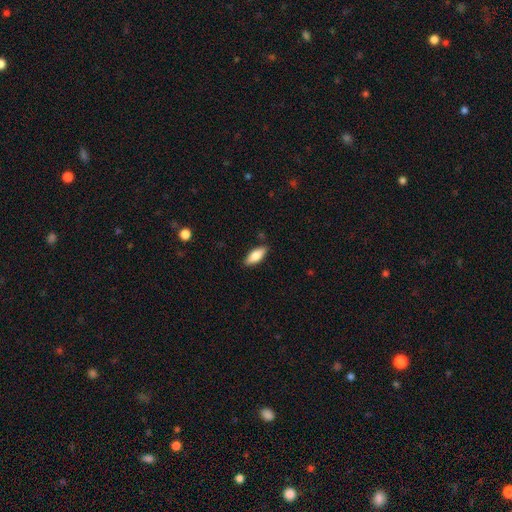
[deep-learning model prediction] Q: Smooth or featured?
A: smooth (78%); runner-up: featured or disk (15%)
Q: How rounded?
A: in between (77%); runner-up: cigar-shaped (21%)
Q: Merging?
A: none (86%); runner-up: minor disturbance (11%)